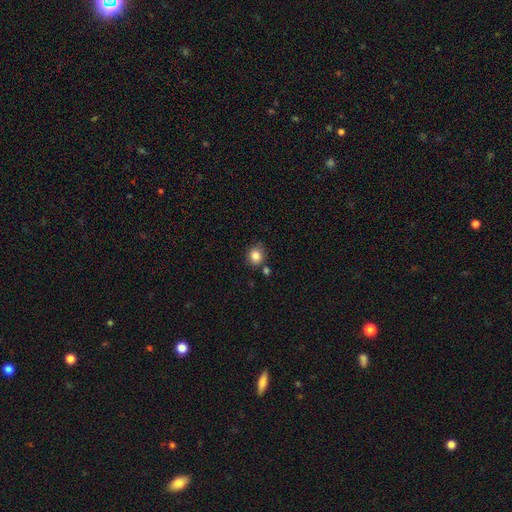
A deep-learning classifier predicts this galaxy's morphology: Smooth or featured? smooth (84%)
How rounded? round (83%)
Merging? none (75%)